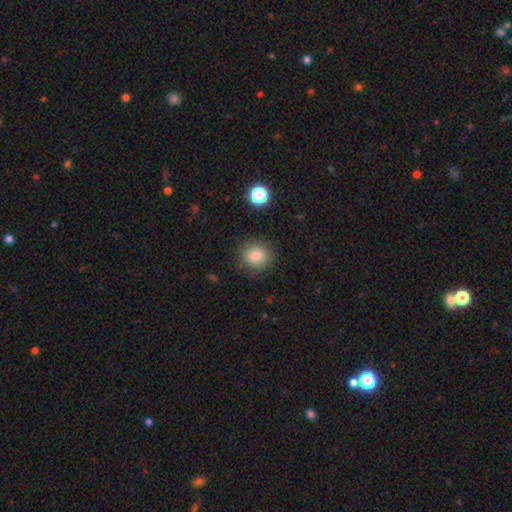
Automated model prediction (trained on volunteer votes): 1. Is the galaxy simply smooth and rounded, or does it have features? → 81% smooth, 11% star or artifact, 8% featured or disk.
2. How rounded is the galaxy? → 85% round, 14% in between, 1% cigar-shaped.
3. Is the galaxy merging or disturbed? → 85% none, 10% minor disturbance, 4% major disturbance, 2% merger.